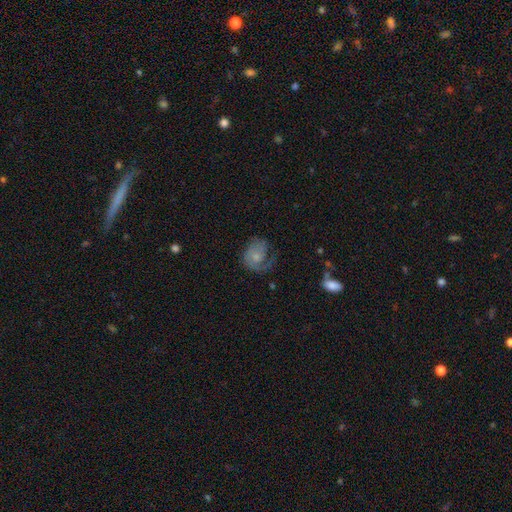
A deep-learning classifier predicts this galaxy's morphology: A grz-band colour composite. It shows a featured or disk galaxy (62%) with no bar (75%), 1 (58%) tight (40%) spiral arms (87%) and a small central bulge (50%). Merging: none (47%).